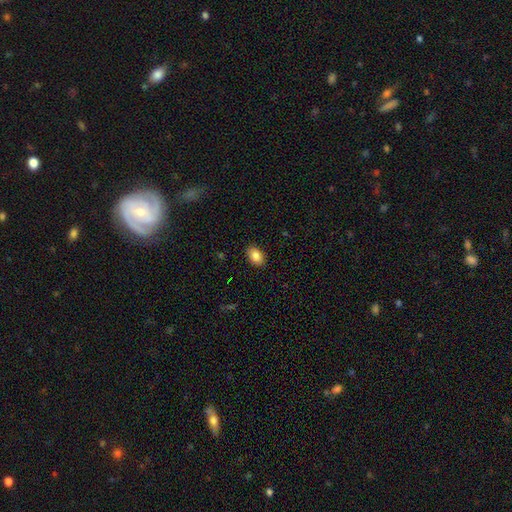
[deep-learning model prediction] This is clearly a smooth galaxy (86%). How rounded: clearly in between (87%). Merging: clearly none (89%).